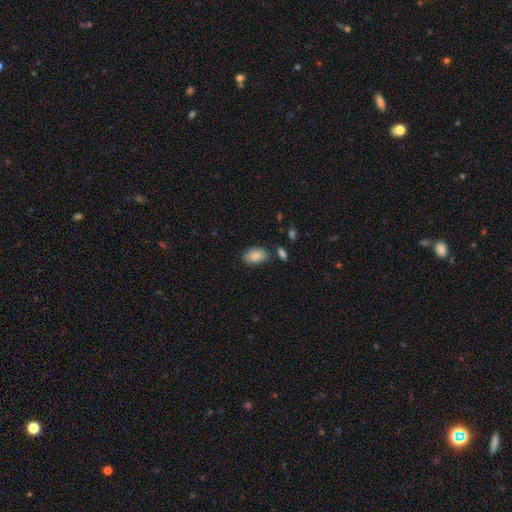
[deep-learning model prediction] A smooth galaxy with no disk features (87%) that is in between round and cigar-shaped (91%).

Vote fractions:
- Smooth or featured? smooth: 87% / star or artifact: 7% / featured or disk: 6%
- How rounded? in between: 91% / round: 8% / cigar-shaped: 1%
- Merging? none: 74% / minor disturbance: 16% / merger: 5% / major disturbance: 4%